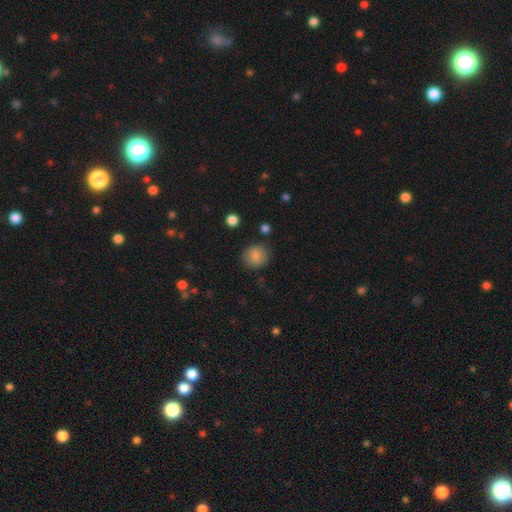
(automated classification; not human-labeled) smooth-or-featured: smooth: 83% | star or artifact: 9% | featured or disk: 8%
  how-rounded: round: 79% | in between: 20% | cigar-shaped: 1%
  merging: none: 85% | minor disturbance: 10% | major disturbance: 3% | merger: 2%